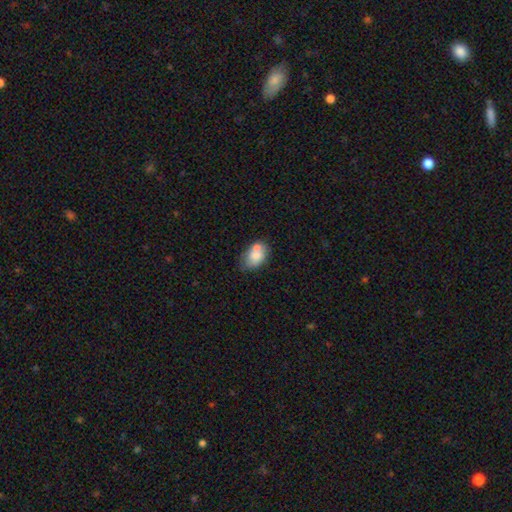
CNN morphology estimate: A smooth galaxy with no disk features (72%) that is in between round and cigar-shaped (85%).

Vote fractions:
- Smooth or featured? smooth: 72% / featured or disk: 20% / star or artifact: 8%
- How rounded? in between: 85% / round: 14% / cigar-shaped: 1%
- Merging? none: 44% / merger: 27% / minor disturbance: 22% / major disturbance: 7%